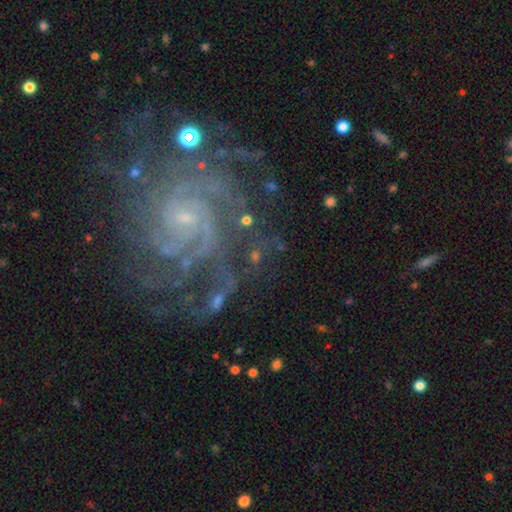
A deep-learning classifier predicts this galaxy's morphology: Smooth or featured? Predicted: featured or disk (p=0.79). Edge-on disk? Predicted: no (p=0.97). Bar? Predicted: no (p=0.46). Spiral arms? Predicted: yes (p=0.97). Spiral winding? Predicted: tight (p=0.66). Spiral arm count? Predicted: 3 (p=0.23). Bulge size? Predicted: small (p=0.72). Merging? Predicted: none (p=0.67).